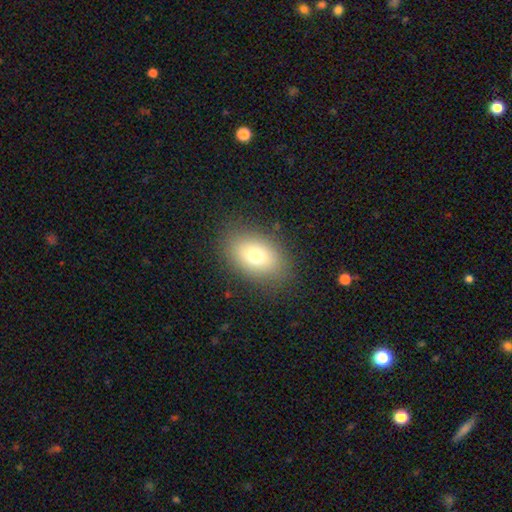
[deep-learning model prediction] Overall: smooth (75%). How rounded: in between (81%). Merging: none (85%).